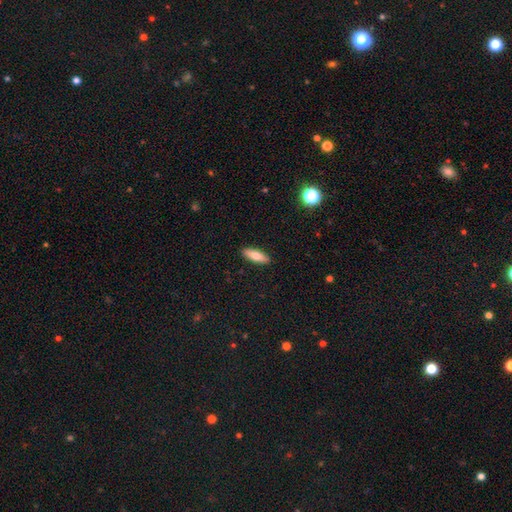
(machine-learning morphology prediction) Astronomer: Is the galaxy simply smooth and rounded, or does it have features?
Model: smooth — 77%.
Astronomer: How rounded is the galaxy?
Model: in between — 51% (runner-up: cigar-shaped, 46%).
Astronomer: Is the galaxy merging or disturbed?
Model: none — 91%.